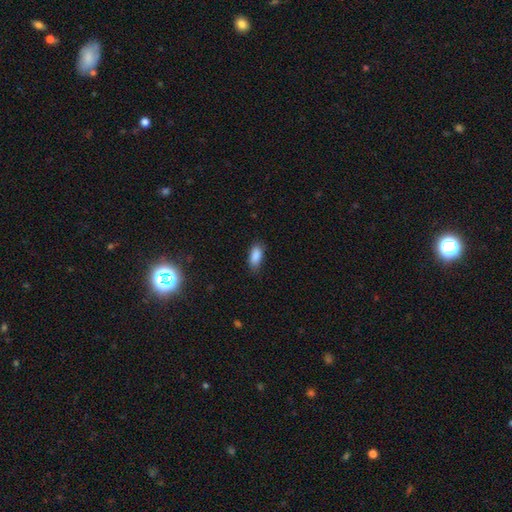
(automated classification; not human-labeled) Smooth or featured?
  - smooth: 88% *
  - star or artifact: 8%
  - featured or disk: 5%
How rounded?
  - in between: 86% *
  - cigar-shaped: 11%
  - round: 3%
Merging?
  - none: 76% *
  - minor disturbance: 19%
  - major disturbance: 4%
  - merger: 1%